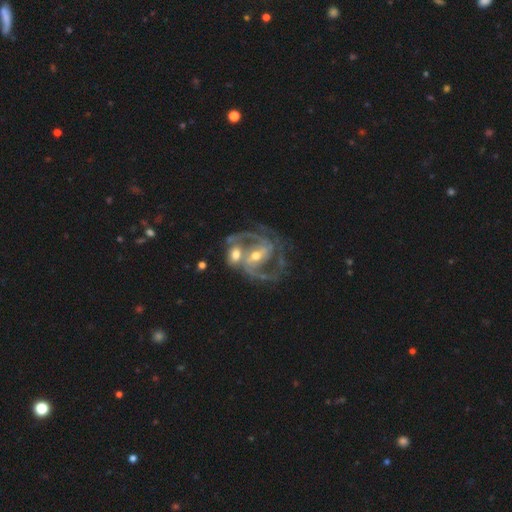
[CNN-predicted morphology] smooth-or-featured: featured or disk: 91% | star or artifact: 5% | smooth: 4%
  disk-edge-on: no: 98% | yes: 2%
    bar: strong: 42% | weak: 38% | no: 19%
    has-spiral-arms: yes: 97% | no: 3%
      spiral-winding: medium: 54% | tight: 33% | loose: 13%
      spiral-arm-count: 2: 73% | 3: 11% | can't tell: 7% | 1: 3% | 4: 3% | more than 4: 3%
    bulge-size: small: 52% | moderate: 43% | large: 2% | none: 1% | dominant: 1%
  merging: merger: 40% | none: 38% | minor disturbance: 12% | major disturbance: 10%